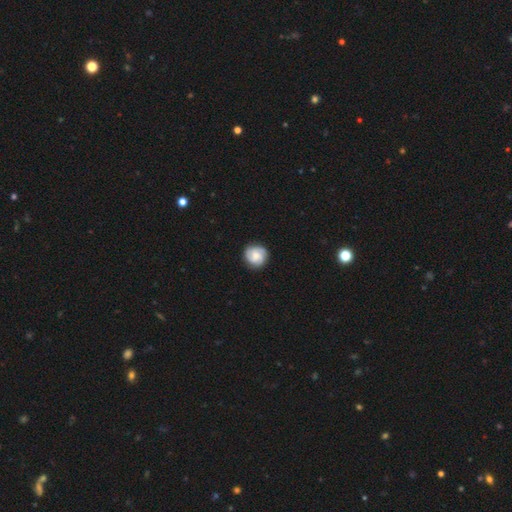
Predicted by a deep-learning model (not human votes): Morphology: type=featured or disk (59%); edge-on=no (98%); bar=no (60%); spiral arms=yes (94%); winding=tight (58%); arm count=3 (41%); bulge=moderate (46%); merging=none (85%).